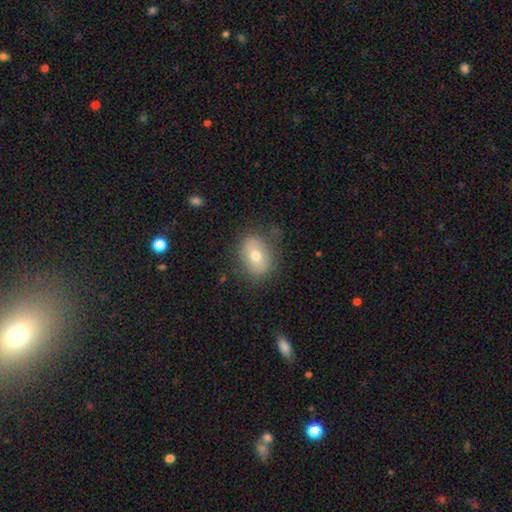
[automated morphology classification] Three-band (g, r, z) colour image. It shows a smooth galaxy with no disk features (66%) that is in between round and cigar-shaped (68%). Merging: none (77%).